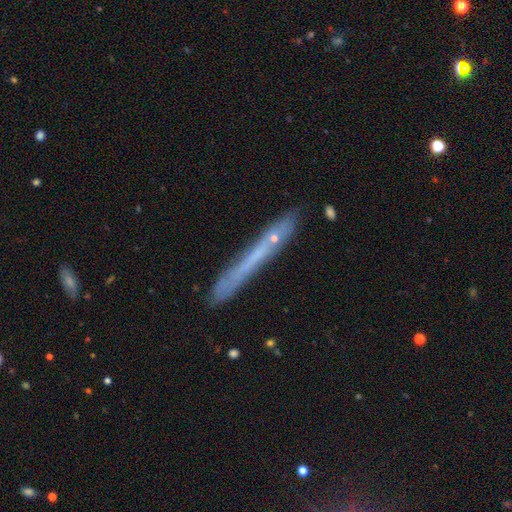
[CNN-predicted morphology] smooth-or-featured: featured or disk: 45% | smooth: 44% | star or artifact: 11%
  merging: none: 76% | minor disturbance: 16% | merger: 4% | major disturbance: 4%